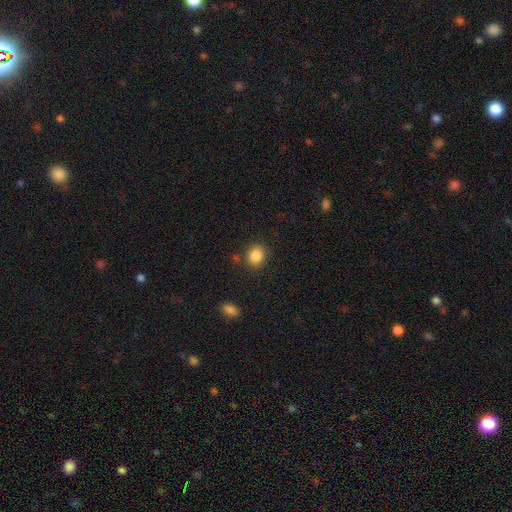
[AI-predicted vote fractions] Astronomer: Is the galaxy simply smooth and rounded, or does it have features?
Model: smooth — 86%.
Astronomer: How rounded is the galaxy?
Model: round — 64%.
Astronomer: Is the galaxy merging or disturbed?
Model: none — 82%.